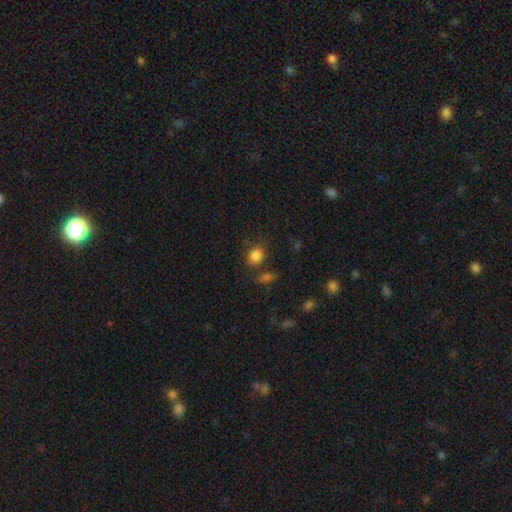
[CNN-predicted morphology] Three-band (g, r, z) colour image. It shows a smooth galaxy with no disk features (84%) that is round (51%). Merging: none (74%).